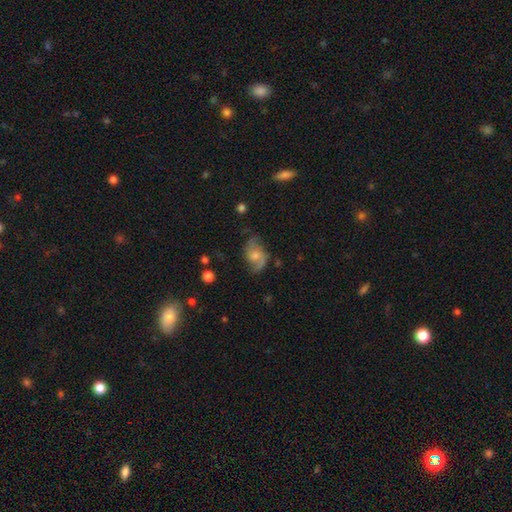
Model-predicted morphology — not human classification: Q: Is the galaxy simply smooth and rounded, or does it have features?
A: featured or disk — 67%.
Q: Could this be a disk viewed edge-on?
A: no — 96%.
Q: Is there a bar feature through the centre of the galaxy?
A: no — 66%.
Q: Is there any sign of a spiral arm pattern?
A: yes — 90%.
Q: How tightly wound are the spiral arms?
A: loose — 47%.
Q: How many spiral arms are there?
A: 2 — 81%.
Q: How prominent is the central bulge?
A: moderate — 54%.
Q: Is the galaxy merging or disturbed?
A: none — 61%.